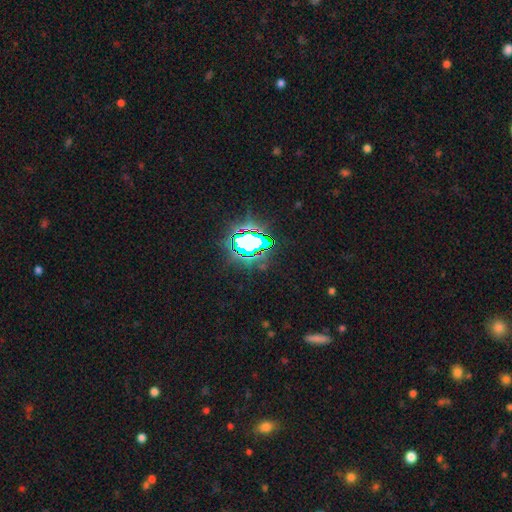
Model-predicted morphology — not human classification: Q: Smooth or featured?
A: star or artifact (81%); runner-up: smooth (11%)